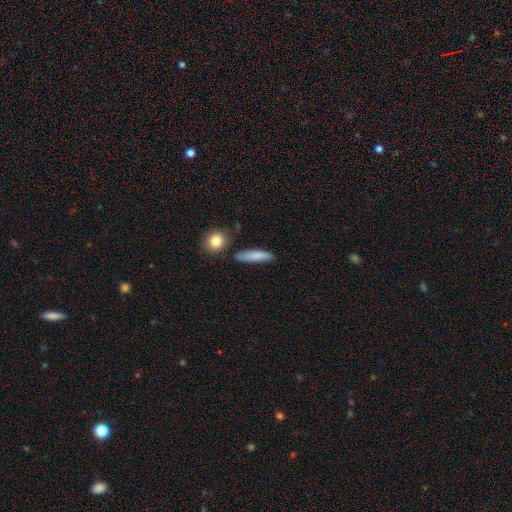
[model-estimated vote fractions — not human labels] smooth_or_featured: smooth (p=0.83) [alt: featured or disk p=0.11]
how_rounded: cigar-shaped (p=0.73) [alt: in between p=0.24]
merging: none (p=0.79) [alt: minor disturbance p=0.14]